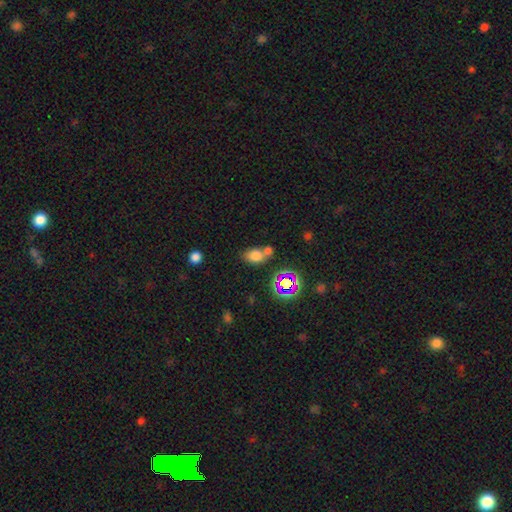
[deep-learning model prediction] A smooth galaxy with no disk features (72%) that is in between round and cigar-shaped (74%). Merging: none (46%).